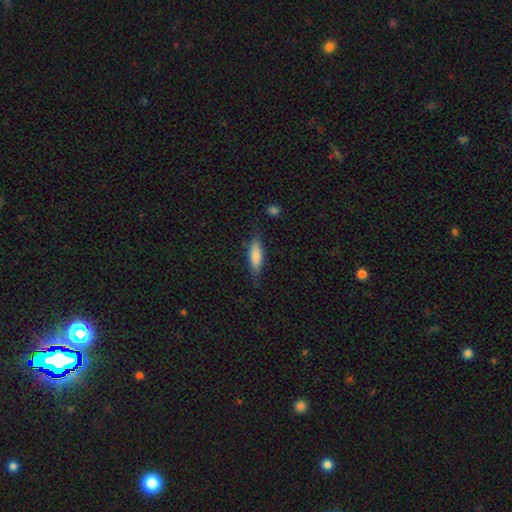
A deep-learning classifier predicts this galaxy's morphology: A smooth galaxy with no disk features (77%) that is in between round and cigar-shaped (50%).

Vote fractions:
- Smooth or featured? smooth: 77% / featured or disk: 17% / star or artifact: 6%
- How rounded? in between: 50% / cigar-shaped: 48% / round: 2%
- Merging? none: 73% / minor disturbance: 20% / major disturbance: 5% / merger: 2%